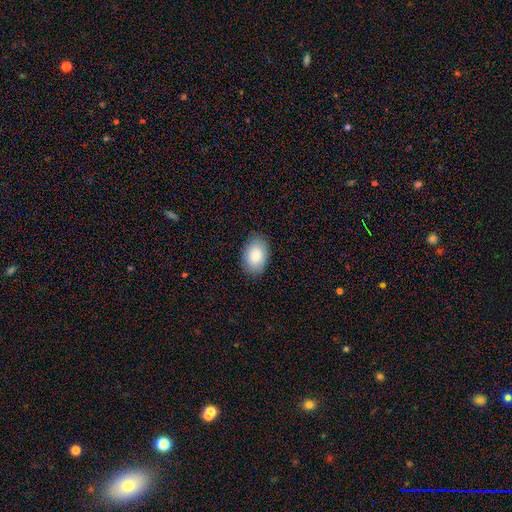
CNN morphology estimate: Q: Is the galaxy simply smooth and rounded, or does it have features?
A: smooth — 86%.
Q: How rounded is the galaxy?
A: in between — 86%.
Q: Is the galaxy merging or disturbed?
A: none — 87%.